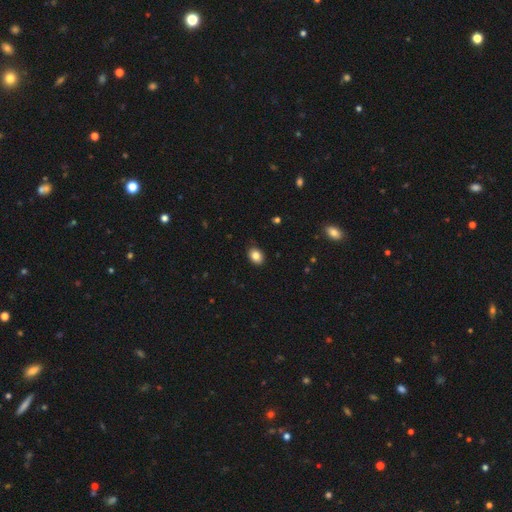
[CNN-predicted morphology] A smooth galaxy with no disk features (84%) that is in between round and cigar-shaped (70%). Merging: none (86%).